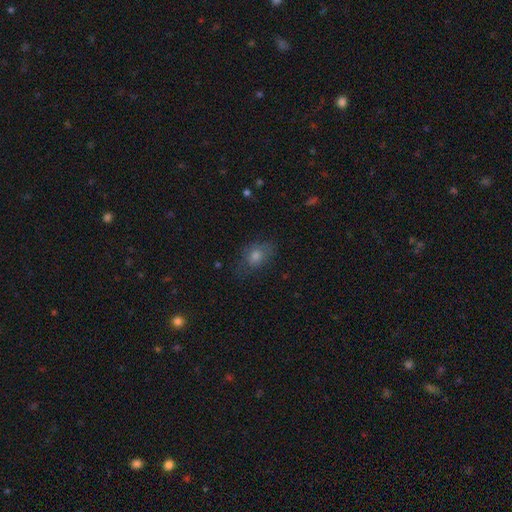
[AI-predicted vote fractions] Morphology: type=smooth (65%); roundness=in between (68%); merging=none (68%).